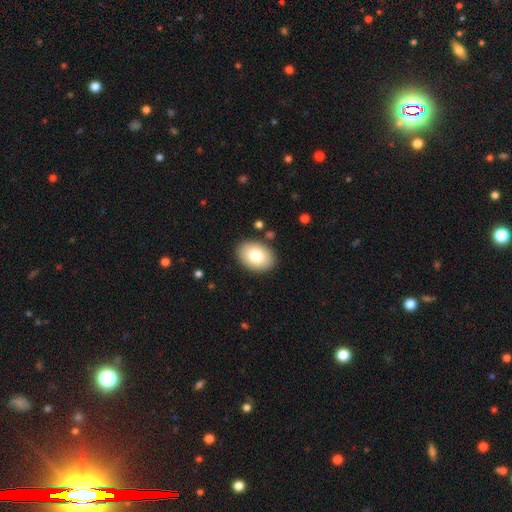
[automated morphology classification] smooth-or-featured: smooth: 80% | featured or disk: 13% | star or artifact: 7%
  how-rounded: in between: 82% | round: 17% | cigar-shaped: 1%
  merging: none: 88% | minor disturbance: 8% | major disturbance: 2% | merger: 2%